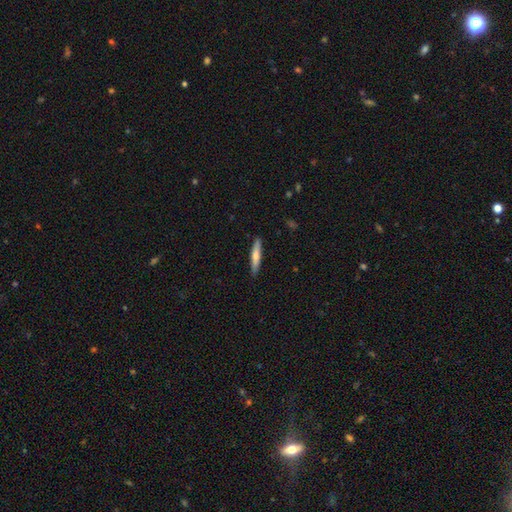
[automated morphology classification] Q: Smooth or featured?
A: smooth (67%); runner-up: featured or disk (28%)
Q: How rounded?
A: cigar-shaped (91%); runner-up: in between (8%)
Q: Merging?
A: none (89%); runner-up: minor disturbance (8%)